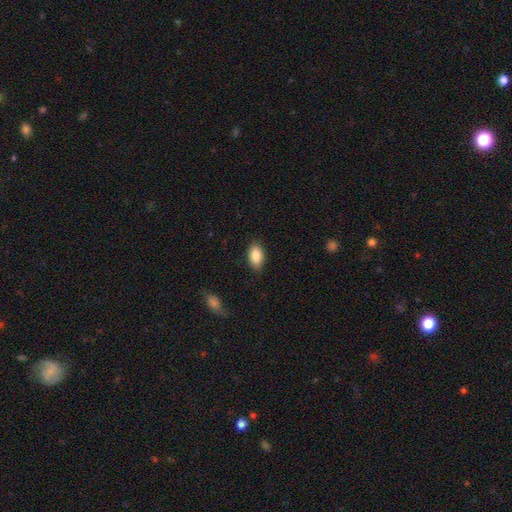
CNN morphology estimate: type=smooth (87%); roundness=in between (92%); merging=none (84%).